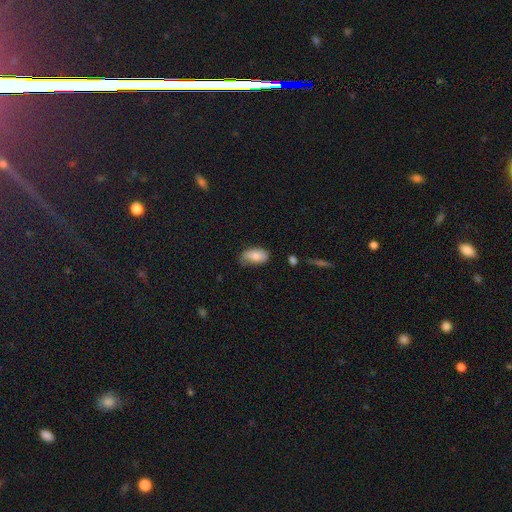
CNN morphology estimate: A smooth galaxy with no disk features (80%) that is in between round and cigar-shaped (94%).

Vote fractions:
- Smooth or featured? smooth: 80% / featured or disk: 13% / star or artifact: 7%
- How rounded? in between: 94% / round: 4% / cigar-shaped: 3%
- Merging? none: 54% / minor disturbance: 35% / major disturbance: 8% / merger: 2%